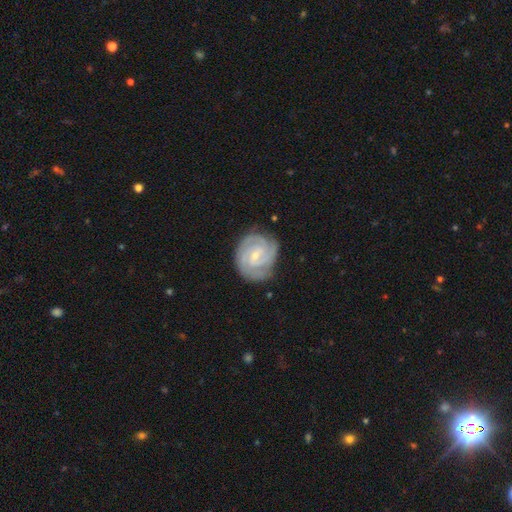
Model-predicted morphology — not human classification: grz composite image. It shows a featured or disk galaxy (87%) with a weak bar (52%), 2 (35%) tight (72%) spiral arms (98%) and a small central bulge (69%). Merging: none (77%).